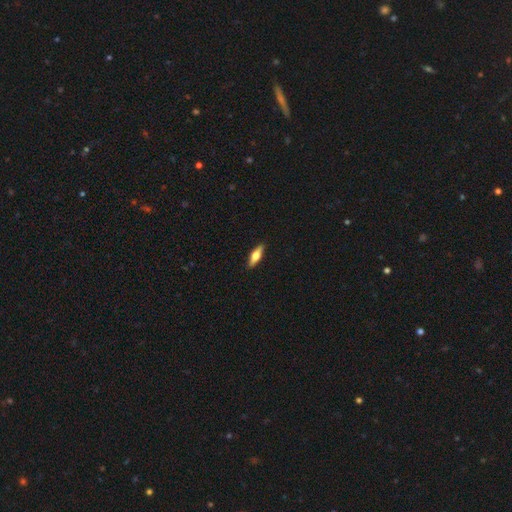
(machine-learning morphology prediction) The model was most divided on "how rounded": cigar-shaped: 49%, in between: 48%, round: 3%. More confident: merging — none (90%); smooth or featured — smooth (51%).